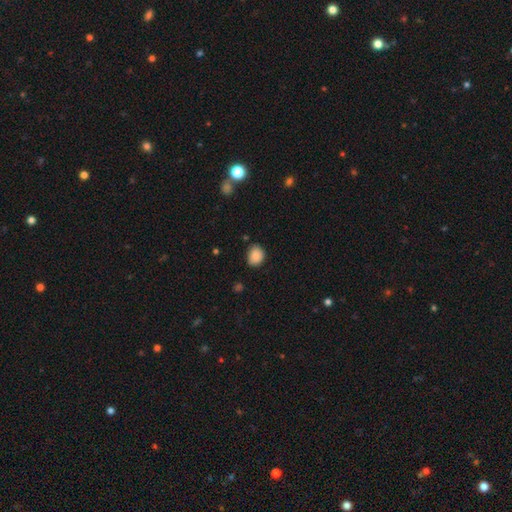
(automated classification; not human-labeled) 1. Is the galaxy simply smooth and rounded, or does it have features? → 88% smooth, 9% star or artifact, 4% featured or disk.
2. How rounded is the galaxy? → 51% round, 48% in between, 1% cigar-shaped.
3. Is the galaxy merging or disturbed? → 75% none, 20% minor disturbance, 3% major disturbance, 2% merger.